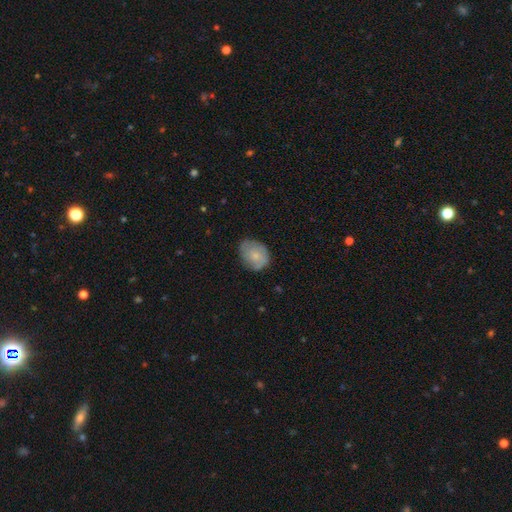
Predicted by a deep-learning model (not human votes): smooth_or_featured: smooth (p=0.68) [alt: featured or disk p=0.25]
how_rounded: in between (p=0.59) [alt: round p=0.40]
merging: none (p=0.65) [alt: minor disturbance p=0.28]